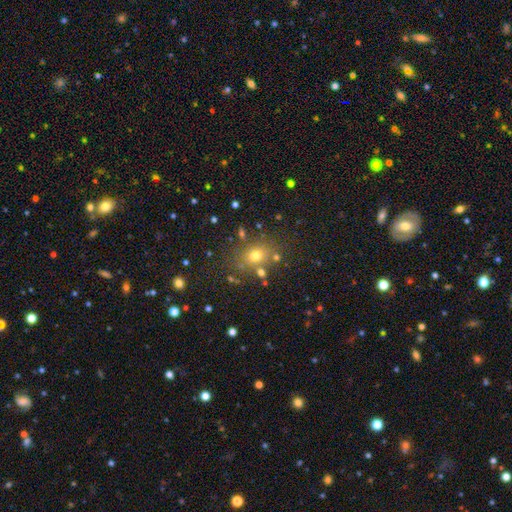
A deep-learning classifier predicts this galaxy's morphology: Smooth or featured: smooth — 68% (star or artifact — 20%)
How rounded: round — 50% (in between — 48%)
Merging: none — 76% (minor disturbance — 12%)